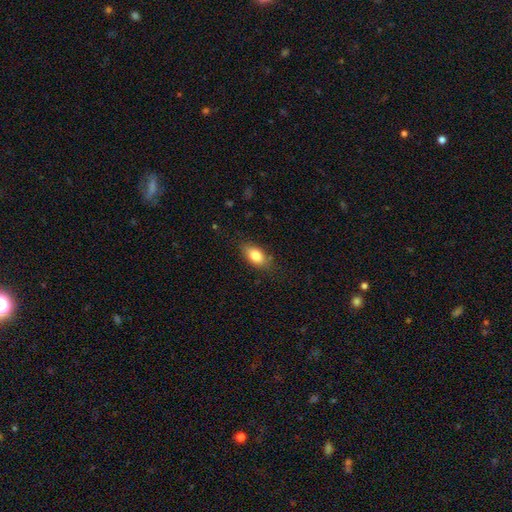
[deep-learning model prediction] Smooth or featured: smooth — 81% (featured or disk — 12%)
How rounded: in between — 86% (round — 7%)
Merging: none — 78% (minor disturbance — 17%)